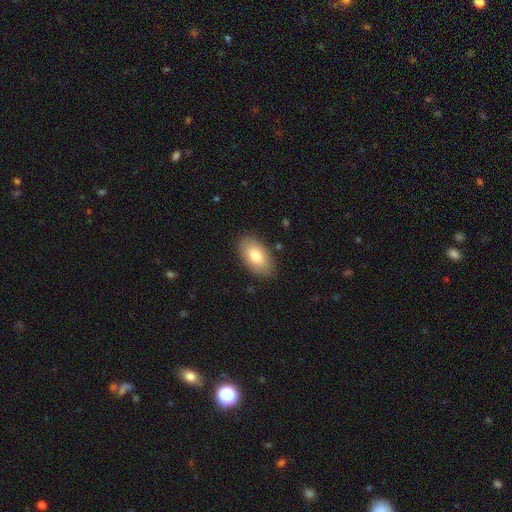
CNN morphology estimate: Overall: smooth (80%). How rounded: in between (95%). Merging: none (87%).